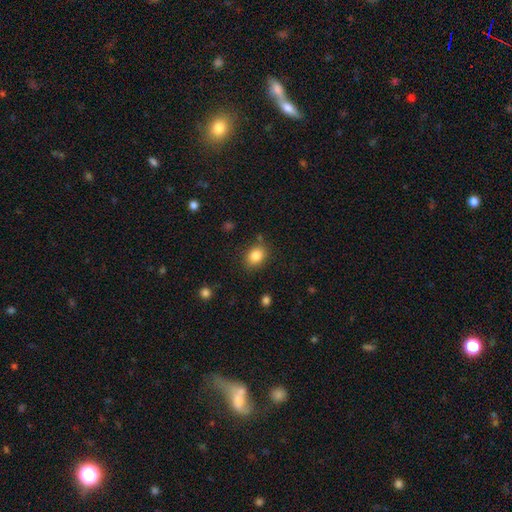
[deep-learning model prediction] Smooth or featured? smooth (85%)
How rounded? in between (58%)
Merging? none (81%)